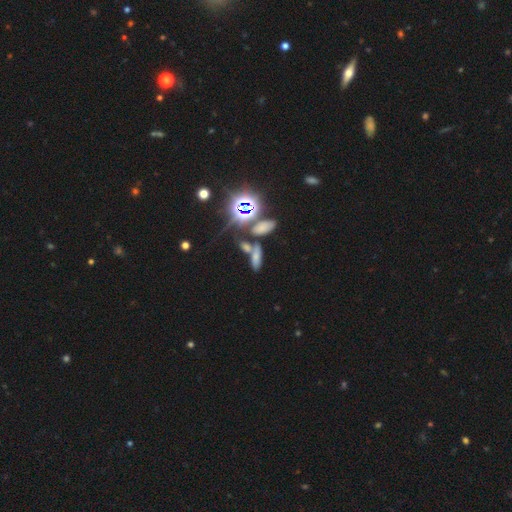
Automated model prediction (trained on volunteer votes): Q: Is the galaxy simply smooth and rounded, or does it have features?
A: smooth — 53%.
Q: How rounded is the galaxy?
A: in between — 60%.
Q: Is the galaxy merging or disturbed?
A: none — 43%.